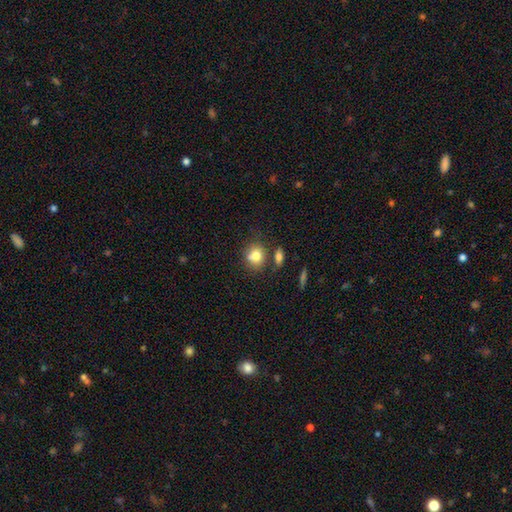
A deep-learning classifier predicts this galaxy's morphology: This is likely a smooth galaxy (78%). How rounded: likely round (71%). Merging: possibly none (59%).